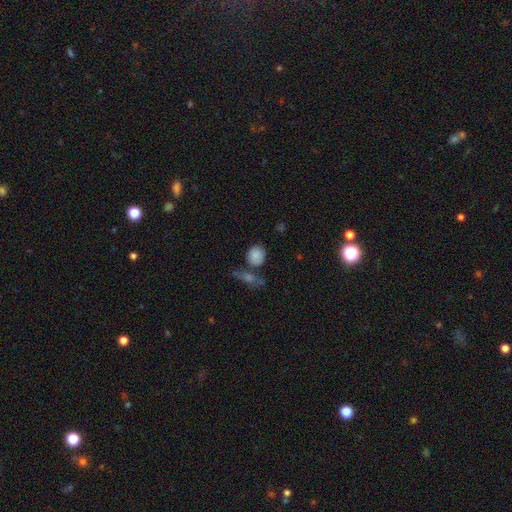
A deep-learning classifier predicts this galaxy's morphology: A smooth galaxy with no disk features (84%) that is round (79%). Merging: none (60%).